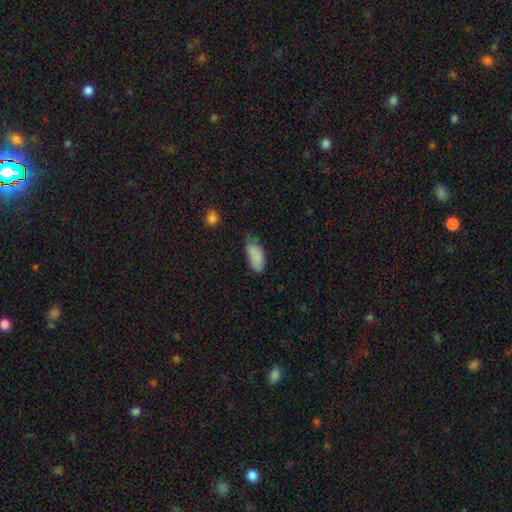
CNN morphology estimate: Smooth or featured? smooth (85%)
How rounded? in between (88%)
Merging? minor disturbance (43%)